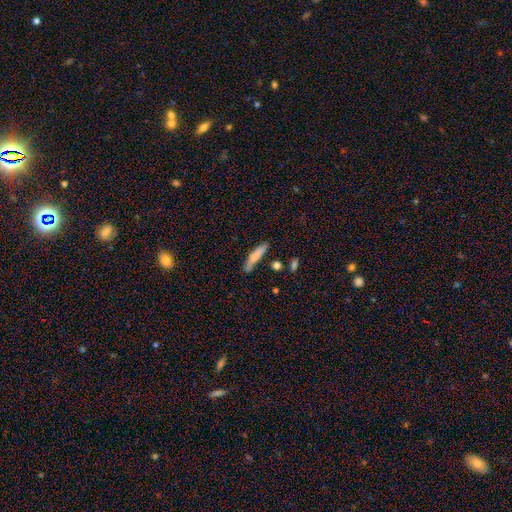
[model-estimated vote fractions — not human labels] Smooth or featured: smooth — 78% (featured or disk — 16%)
How rounded: cigar-shaped — 85% (in between — 13%)
Merging: none — 70% (minor disturbance — 19%)